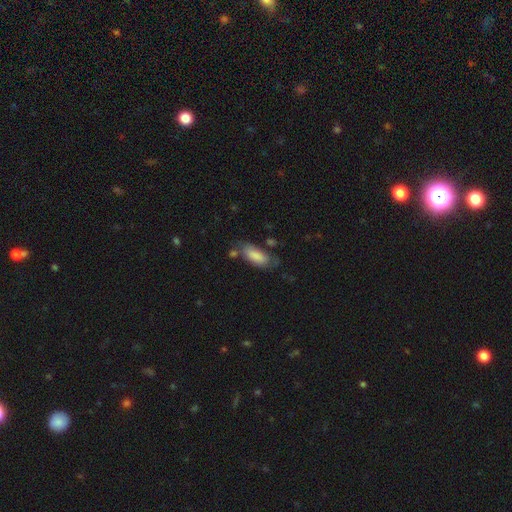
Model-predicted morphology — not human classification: smooth_or_featured: smooth (p=0.84) [alt: featured or disk p=0.10]
how_rounded: in between (p=0.79) [alt: cigar-shaped p=0.19]
merging: none (p=0.58) [alt: minor disturbance p=0.25]